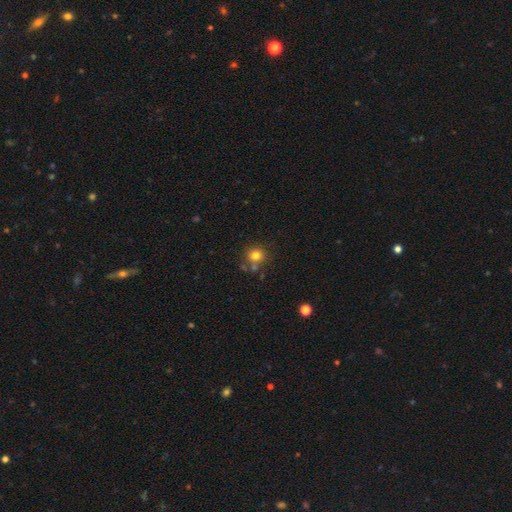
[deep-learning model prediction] smooth-or-featured: smooth: 79% | star or artifact: 13% | featured or disk: 9%
  how-rounded: round: 87% | in between: 12% | cigar-shaped: 1%
  merging: none: 67% | merger: 16% | minor disturbance: 12% | major disturbance: 4%